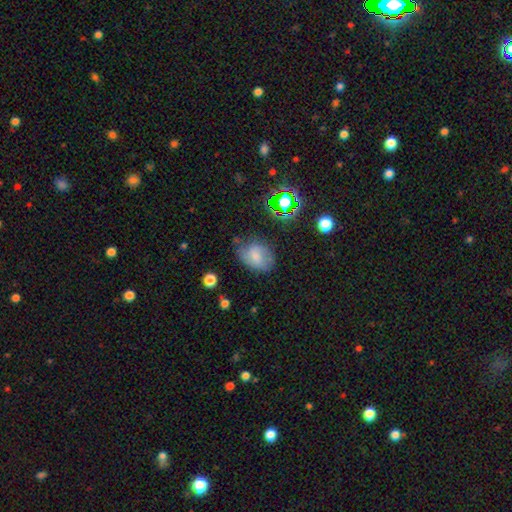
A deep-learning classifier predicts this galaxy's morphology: Smooth or featured? smooth (65%)
How rounded? in between (70%)
Merging? none (55%)